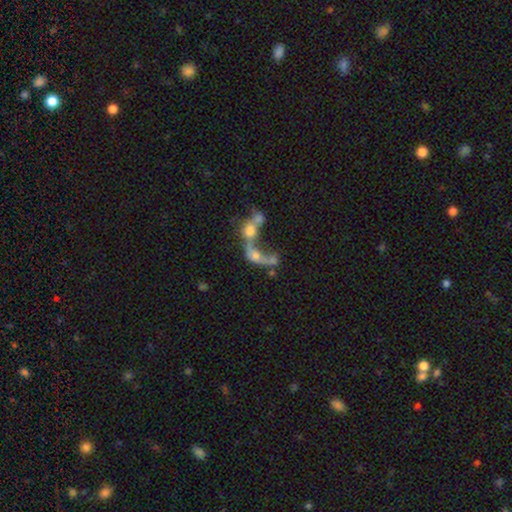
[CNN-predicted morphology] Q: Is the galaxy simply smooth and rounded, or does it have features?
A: featured or disk — 45%.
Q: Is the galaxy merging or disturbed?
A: merger — 72%.